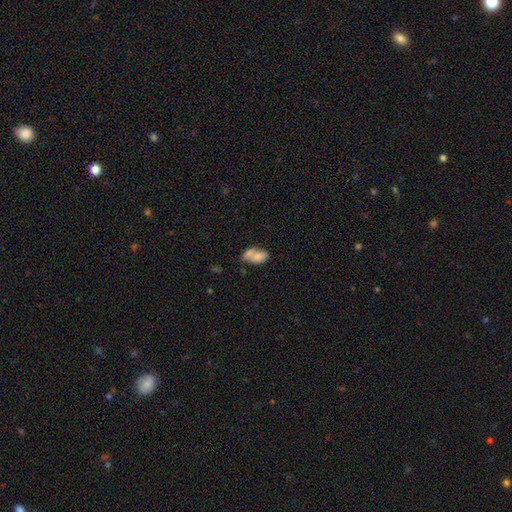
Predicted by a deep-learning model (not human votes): Smooth or featured: smooth — 73% (featured or disk — 18%)
How rounded: in between — 89% (round — 8%)
Merging: merger — 47% (none — 31%)